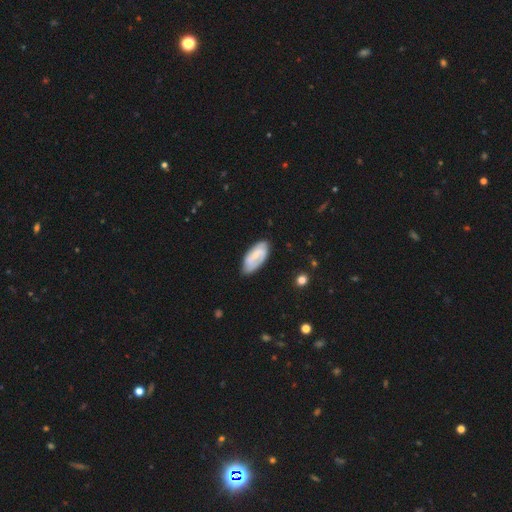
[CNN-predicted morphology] This is possibly a featured or disk galaxy (52%). It is clearly not viewed edge-on (92%). Merging: likely none (72%).